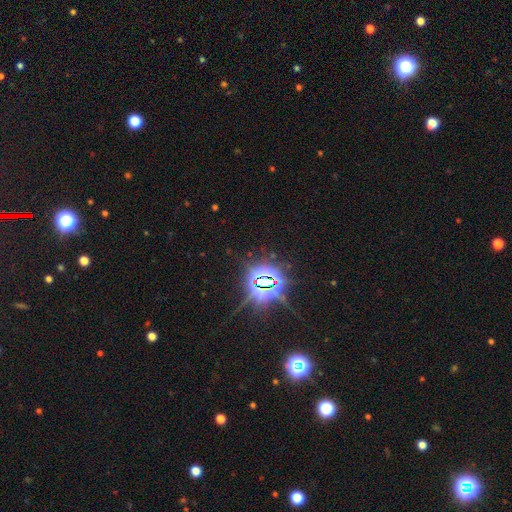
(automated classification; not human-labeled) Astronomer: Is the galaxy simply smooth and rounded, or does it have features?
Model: star or artifact — 81%.